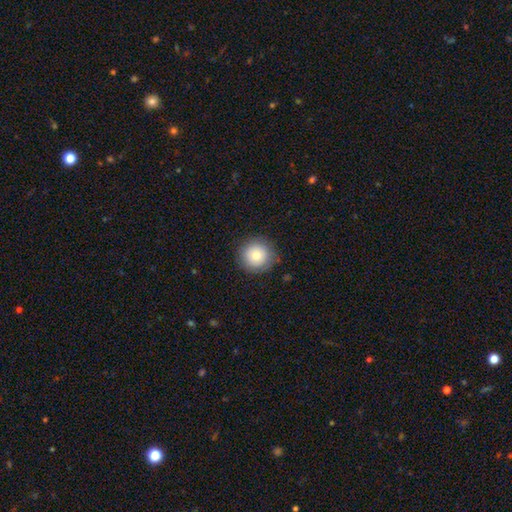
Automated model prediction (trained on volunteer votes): smooth_or_featured: smooth (p=0.76) [alt: featured or disk p=0.14]
how_rounded: round (p=0.95) [alt: in between p=0.04]
merging: none (p=0.86) [alt: minor disturbance p=0.10]